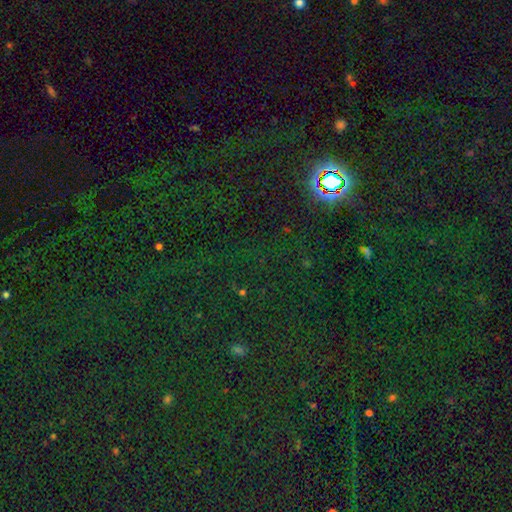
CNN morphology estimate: star or artifact 80%, smooth 13%, featured or disk 7%.